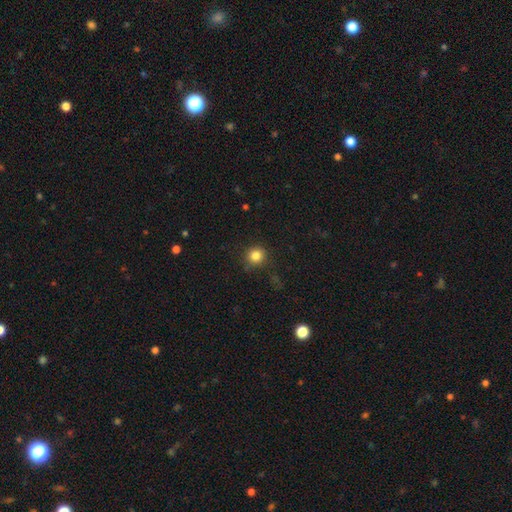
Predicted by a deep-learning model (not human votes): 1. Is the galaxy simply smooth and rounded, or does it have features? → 84% smooth, 12% star or artifact, 4% featured or disk.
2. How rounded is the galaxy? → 93% round, 6% in between, 1% cigar-shaped.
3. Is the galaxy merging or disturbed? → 86% none, 9% minor disturbance, 3% major disturbance, 1% merger.